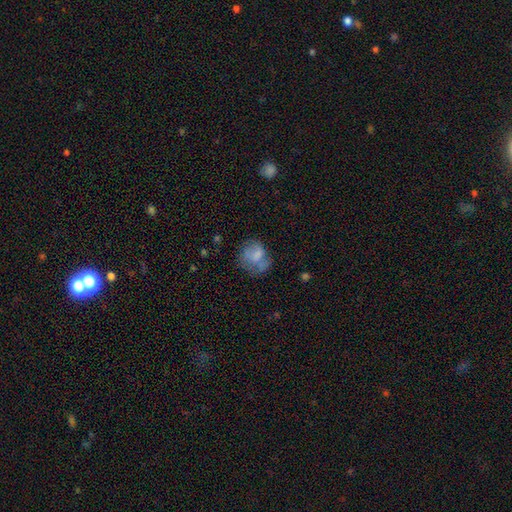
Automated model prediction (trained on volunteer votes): Q: Smooth or featured?
A: smooth (65%); runner-up: featured or disk (25%)
Q: How rounded?
A: round (67%); runner-up: in between (32%)
Q: Merging?
A: none (46%); runner-up: minor disturbance (27%)